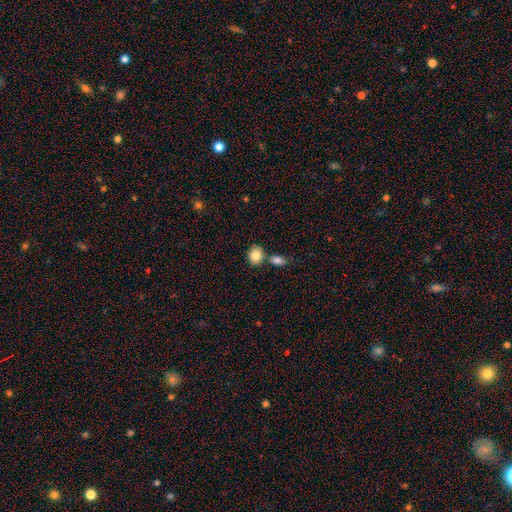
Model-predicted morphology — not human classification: Smooth or featured: smooth — 83% (star or artifact — 8%)
How rounded: round — 54% (in between — 45%)
Merging: none — 64% (merger — 22%)